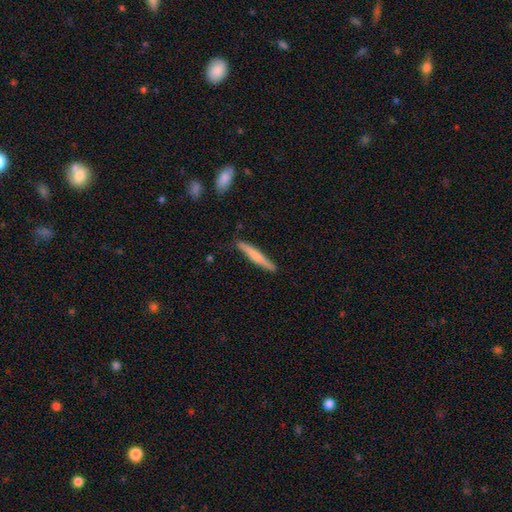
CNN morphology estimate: type=smooth (61%); roundness=cigar-shaped (95%); merging=none (87%).